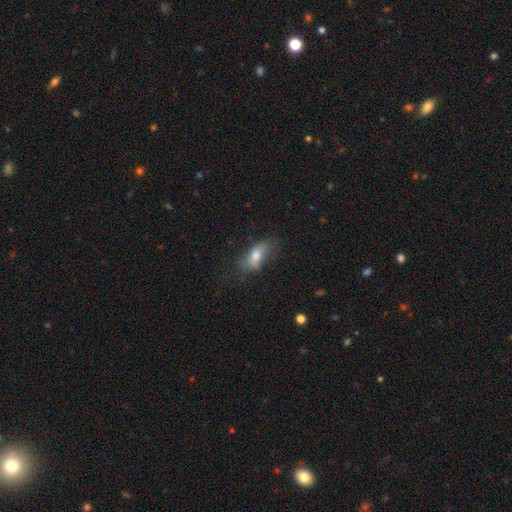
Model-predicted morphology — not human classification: The model was most divided on "merging": none: 55%, minor disturbance: 28%, major disturbance: 14%, merger: 2%. More confident: how rounded — in between (82%); smooth or featured — smooth (68%).